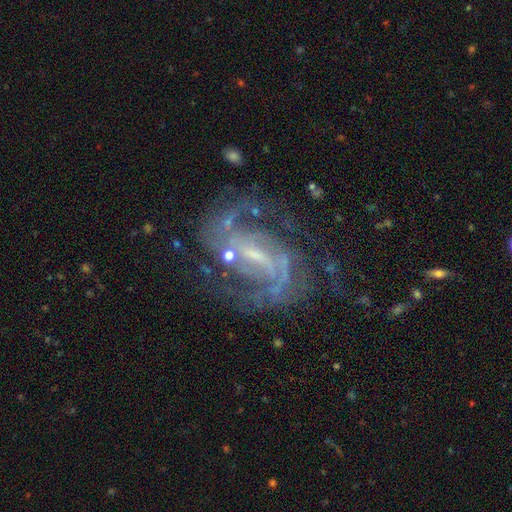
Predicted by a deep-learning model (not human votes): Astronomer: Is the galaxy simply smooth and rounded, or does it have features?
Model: featured or disk — 88%.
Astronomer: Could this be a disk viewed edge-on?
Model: no — 97%.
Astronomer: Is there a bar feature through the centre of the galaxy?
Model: weak — 49% (runner-up: strong, 36%).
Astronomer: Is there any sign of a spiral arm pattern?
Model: yes — 96%.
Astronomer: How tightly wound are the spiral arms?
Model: medium — 53% (runner-up: tight, 30%).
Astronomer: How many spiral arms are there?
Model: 2 — 66%.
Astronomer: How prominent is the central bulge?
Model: small — 52%.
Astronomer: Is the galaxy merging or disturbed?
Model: none — 66%.